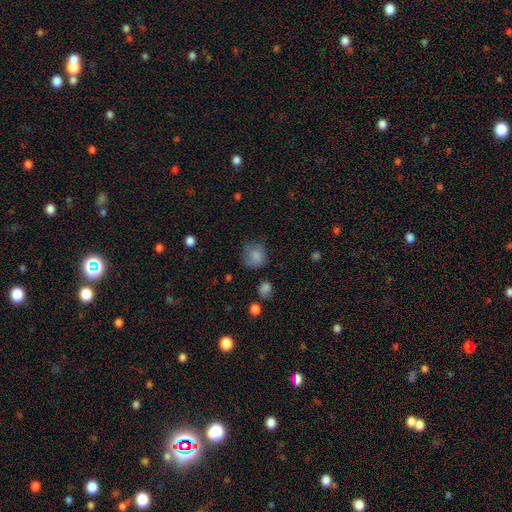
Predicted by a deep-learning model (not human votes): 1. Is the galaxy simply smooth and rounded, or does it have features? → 79% smooth, 11% featured or disk, 10% star or artifact.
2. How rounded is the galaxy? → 78% round, 21% in between, 1% cigar-shaped.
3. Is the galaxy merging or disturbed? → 56% none, 27% minor disturbance, 14% major disturbance, 3% merger.